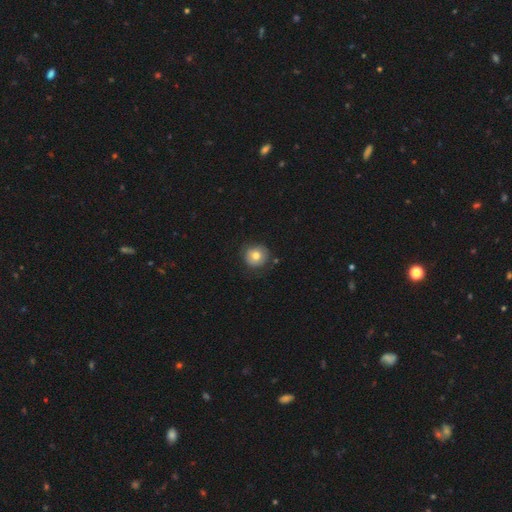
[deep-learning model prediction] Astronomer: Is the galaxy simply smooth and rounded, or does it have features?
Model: smooth — 75%.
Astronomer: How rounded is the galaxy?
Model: round — 92%.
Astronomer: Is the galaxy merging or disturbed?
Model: none — 80%.